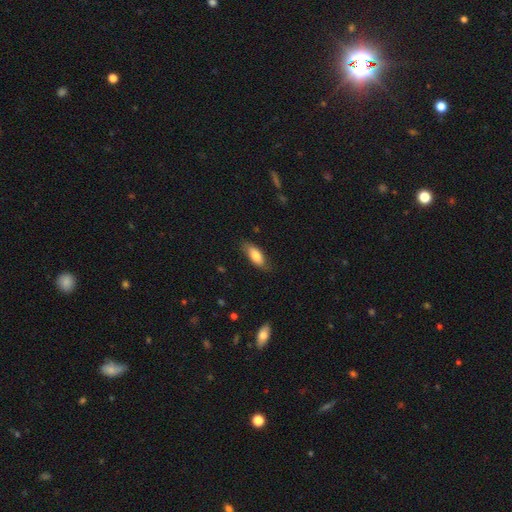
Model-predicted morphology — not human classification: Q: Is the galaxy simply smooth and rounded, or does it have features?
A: smooth — 75%.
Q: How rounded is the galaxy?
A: in between — 81%.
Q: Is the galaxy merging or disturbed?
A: none — 75%.